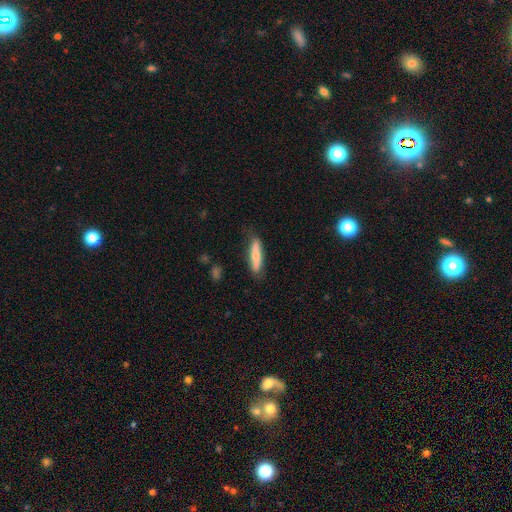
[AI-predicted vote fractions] Smooth or featured? smooth (61%)
How rounded? cigar-shaped (78%)
Merging? none (80%)